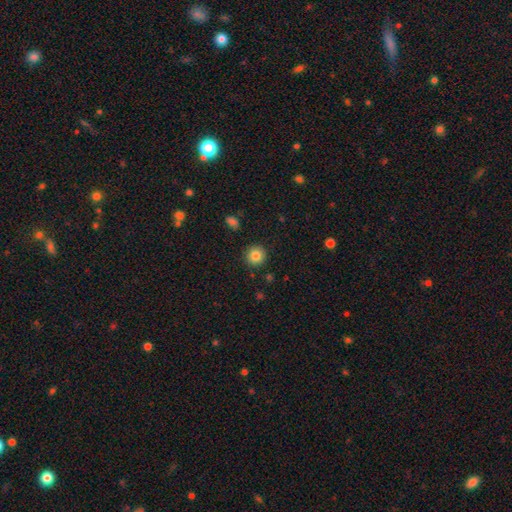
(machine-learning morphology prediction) The model was most divided on "smooth or featured": smooth: 84%, star or artifact: 10%, featured or disk: 6%. More confident: how rounded — round (93%); merging — none (91%).